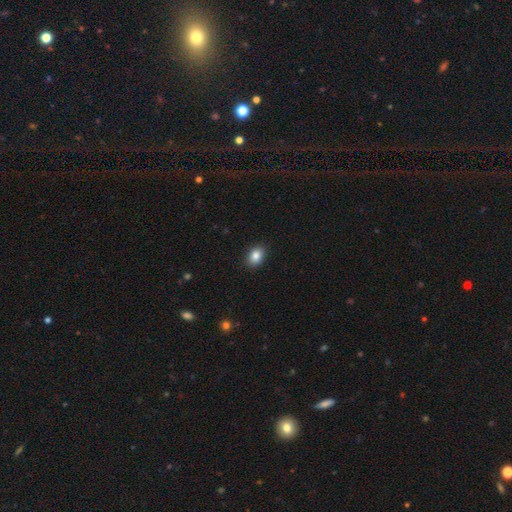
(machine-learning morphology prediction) type=smooth (85%); roundness=in between (70%); merging=none (89%).